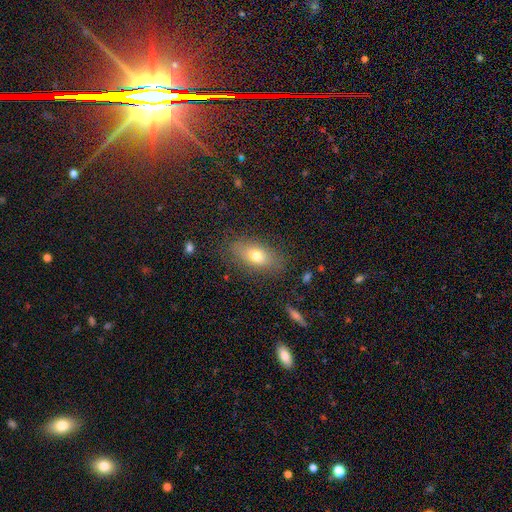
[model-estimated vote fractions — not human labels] Morphology: type=smooth (71%); roundness=in between (81%); merging=none (82%).